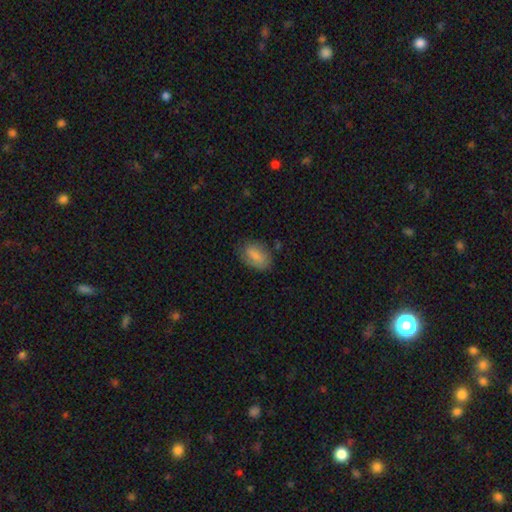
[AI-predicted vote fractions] smooth-or-featured: smooth: 82% | featured or disk: 11% | star or artifact: 7%
  how-rounded: in between: 89% | round: 8% | cigar-shaped: 3%
  merging: none: 71% | minor disturbance: 21% | major disturbance: 5% | merger: 2%